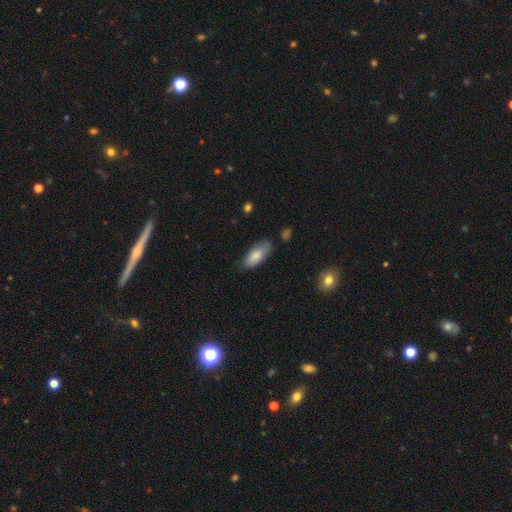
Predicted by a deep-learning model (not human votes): A smooth galaxy with no disk features (81%) that is in between round and cigar-shaped (84%). Merging: none (69%).